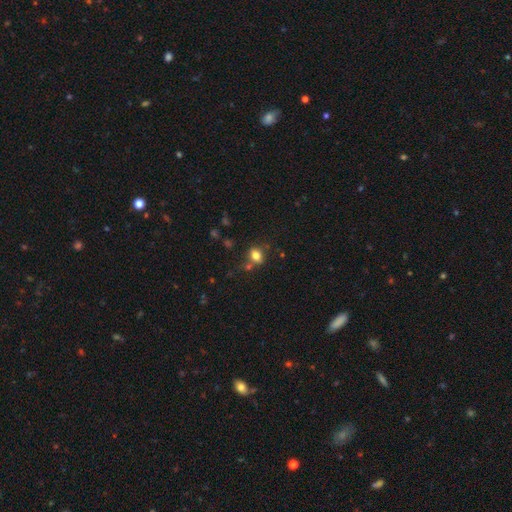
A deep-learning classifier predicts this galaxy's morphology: type=smooth (79%); roundness=in between (56%); merging=none (64%).